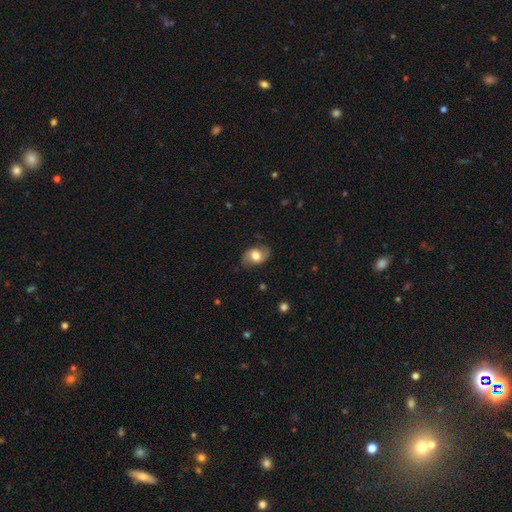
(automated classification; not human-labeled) Morphology: type=smooth (51%); roundness=in between (79%); merging=none (77%).